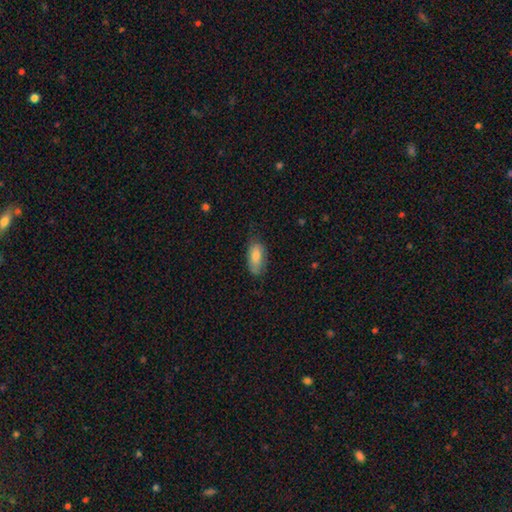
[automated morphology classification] smooth 78%, featured or disk 15%, star or artifact 7%. Down the decision tree: how rounded — in between (84%); merging — none (70%).